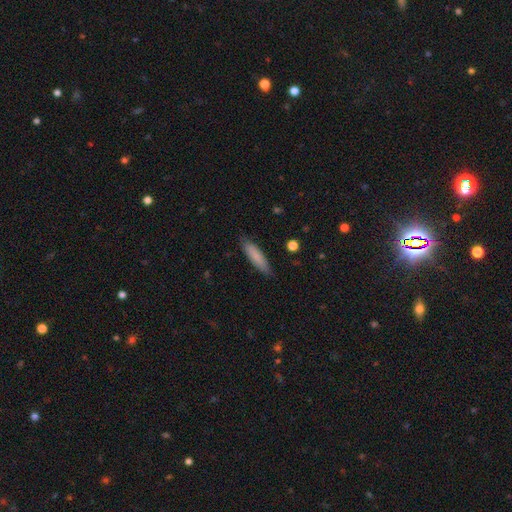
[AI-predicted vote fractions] smooth 83%, featured or disk 11%, star or artifact 6%. Down the decision tree: how rounded — cigar-shaped (75%); merging — none (86%).